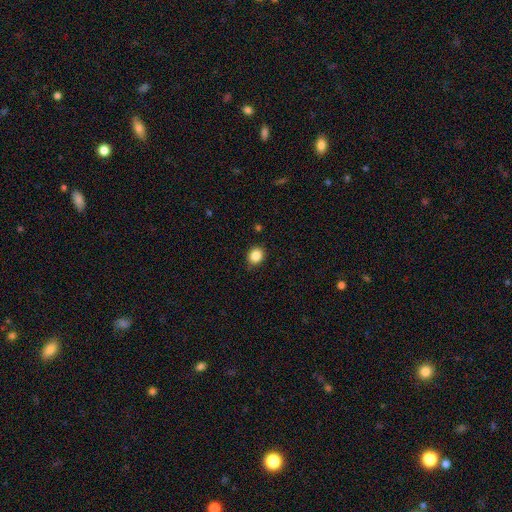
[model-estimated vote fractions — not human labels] Smooth or featured? Predicted: smooth (p=0.86). How rounded? Predicted: round (p=0.73). Merging? Predicted: none (p=0.88).